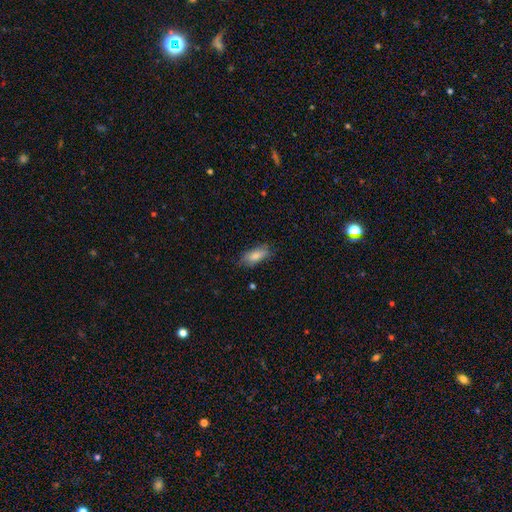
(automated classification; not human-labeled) Smooth or featured? smooth (81%)
How rounded? in between (78%)
Merging? none (75%)